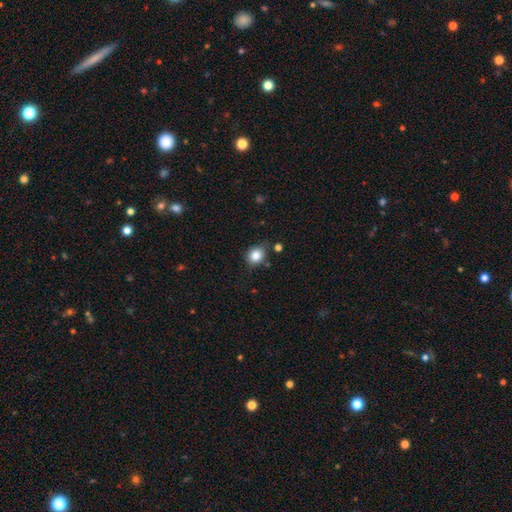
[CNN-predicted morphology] A smooth galaxy with no disk features (84%) that is round (64%).

Vote fractions:
- Smooth or featured? smooth: 84% / star or artifact: 10% / featured or disk: 6%
- How rounded? round: 64% / in between: 35% / cigar-shaped: 1%
- Merging? none: 77% / minor disturbance: 16% / merger: 4% / major disturbance: 4%